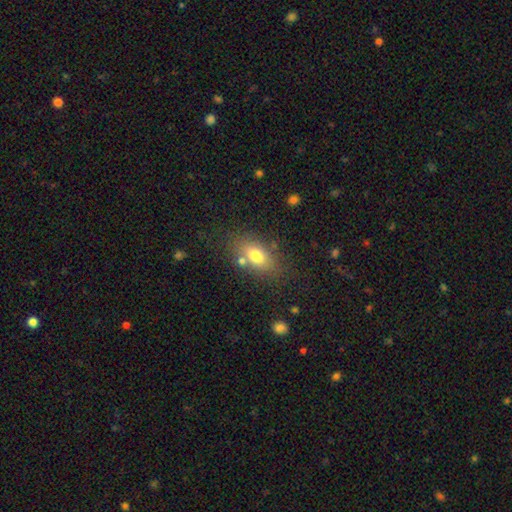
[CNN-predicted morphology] The model was most divided on "merging": none: 70%, minor disturbance: 14%, merger: 10%, major disturbance: 5%. More confident: how rounded — in between (86%); smooth or featured — smooth (74%).